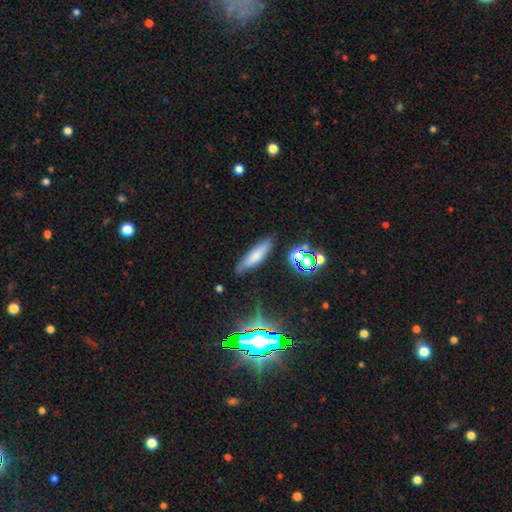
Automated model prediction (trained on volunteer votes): A smooth galaxy with no disk features (68%) that is cigar-shaped (69%). Merging: none (81%).